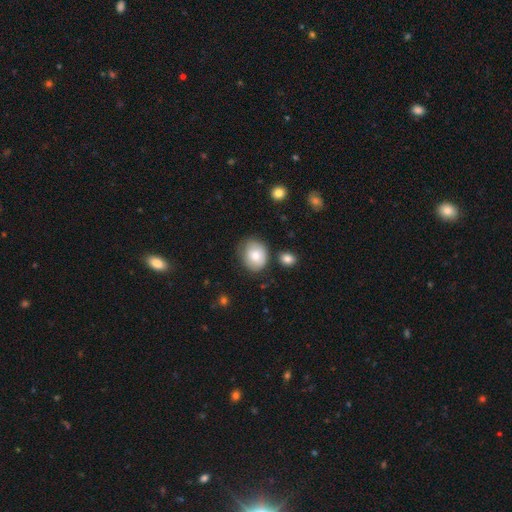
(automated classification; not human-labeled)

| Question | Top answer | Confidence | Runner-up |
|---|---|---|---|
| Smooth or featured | smooth | 77% | featured or disk (15%) |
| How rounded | round | 59% | in between (40%) |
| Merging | none | 66% | minor disturbance (23%) |